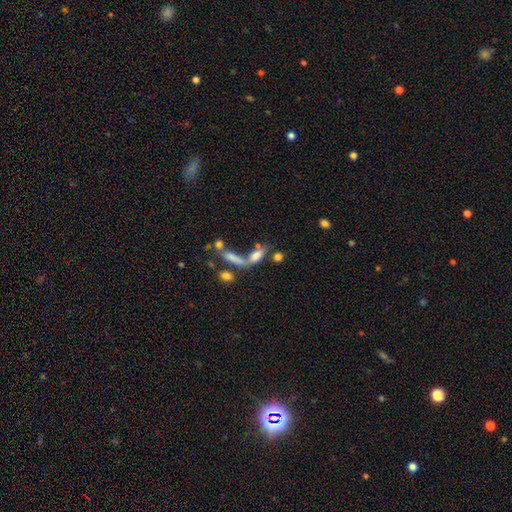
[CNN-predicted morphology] Smooth or featured? Predicted: smooth (p=0.65). How rounded? Predicted: in between (p=0.61). Merging? Predicted: merger (p=0.45).